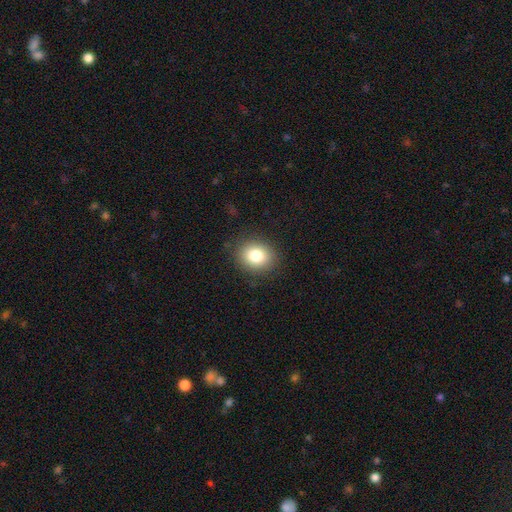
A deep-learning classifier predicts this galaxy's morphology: Smooth or featured? Predicted: smooth (p=0.82). How rounded? Predicted: round (p=0.64). Merging? Predicted: none (p=0.87).